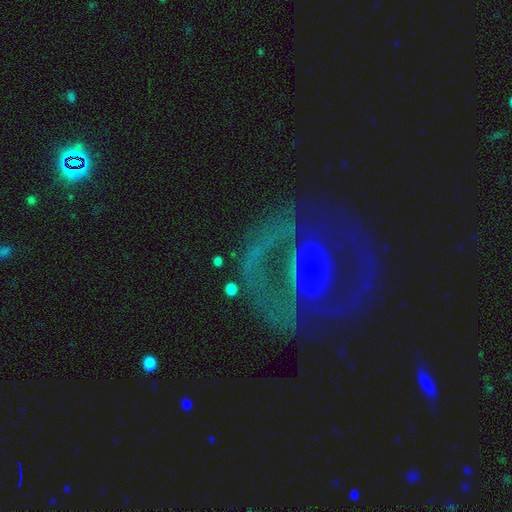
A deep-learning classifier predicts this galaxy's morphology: A featured or disk galaxy (77%) with no bar (47%), 2 (51%) tight (41%) spiral arms (71%) and a small central bulge (63%). Merging: none (59%).